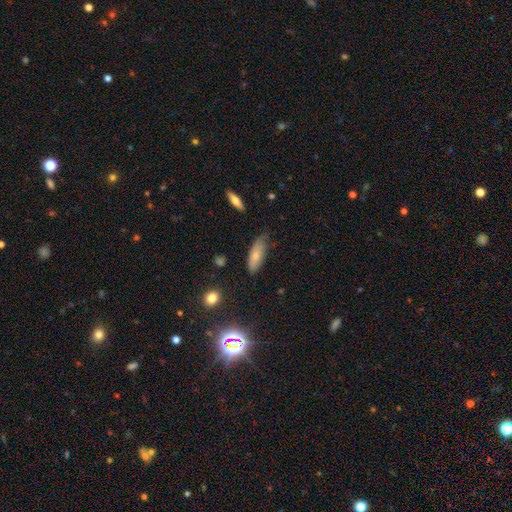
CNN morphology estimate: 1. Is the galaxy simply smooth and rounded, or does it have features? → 72% smooth, 20% featured or disk, 7% star or artifact.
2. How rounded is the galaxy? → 72% in between, 26% cigar-shaped, 2% round.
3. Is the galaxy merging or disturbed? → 55% none, 35% minor disturbance, 8% major disturbance, 2% merger.